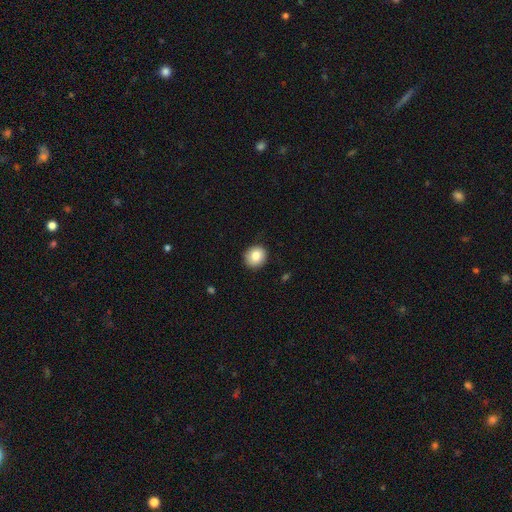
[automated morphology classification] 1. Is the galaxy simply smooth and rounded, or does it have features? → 83% smooth, 9% star or artifact, 8% featured or disk.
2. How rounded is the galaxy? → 85% round, 14% in between, 1% cigar-shaped.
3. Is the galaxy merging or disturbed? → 89% none, 8% minor disturbance, 2% major disturbance, 1% merger.